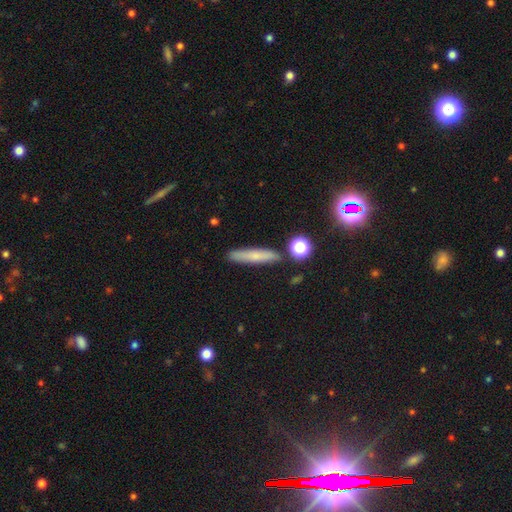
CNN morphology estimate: Smooth or featured?
  - smooth: 66% *
  - featured or disk: 23%
  - star or artifact: 11%
How rounded?
  - cigar-shaped: 86% *
  - in between: 11%
  - round: 3%
Merging?
  - none: 85% *
  - minor disturbance: 9%
  - merger: 3%
  - major disturbance: 2%